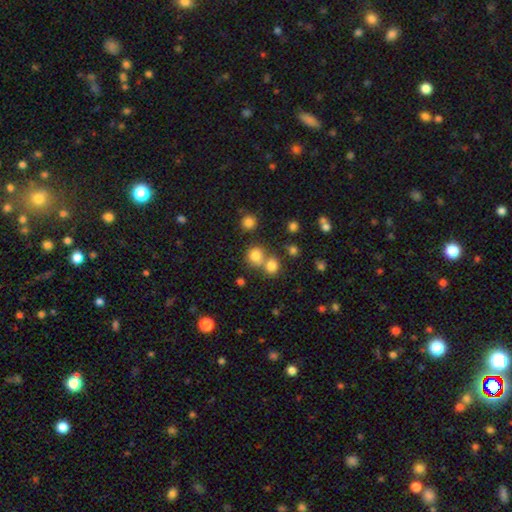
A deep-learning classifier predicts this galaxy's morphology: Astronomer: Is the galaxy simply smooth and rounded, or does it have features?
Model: smooth — 78%.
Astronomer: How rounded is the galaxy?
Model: round — 84%.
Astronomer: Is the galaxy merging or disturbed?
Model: none — 55% (runner-up: merger, 33%).